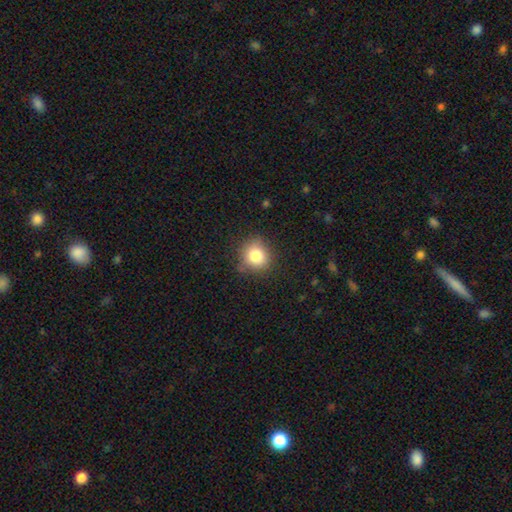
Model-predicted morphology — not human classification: A smooth galaxy with no disk features (81%) that is round (85%). Merging: none (81%).